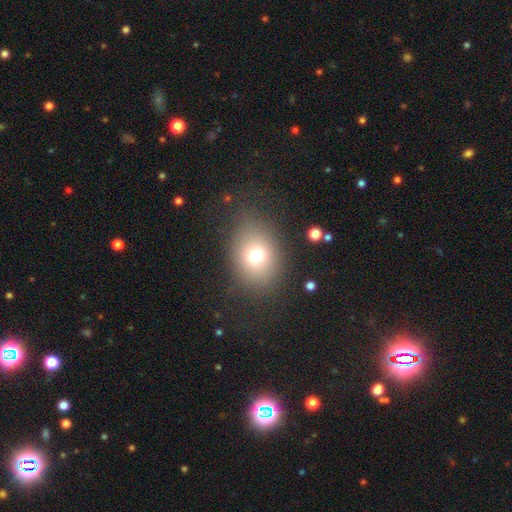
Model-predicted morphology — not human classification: type=smooth (71%); roundness=in between (57%); merging=none (77%).